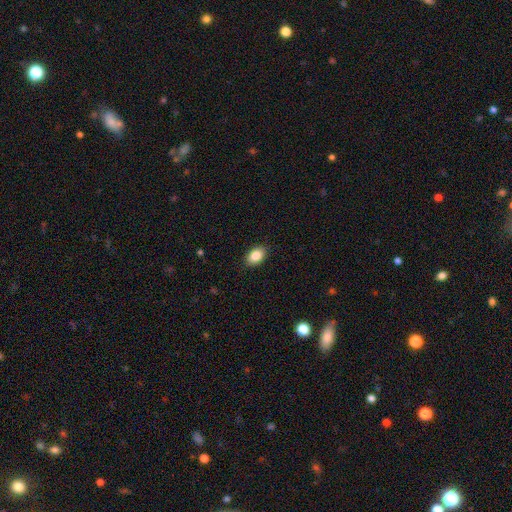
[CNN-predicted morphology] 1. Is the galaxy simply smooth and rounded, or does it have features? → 87% smooth, 8% star or artifact, 6% featured or disk.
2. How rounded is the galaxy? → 86% in between, 13% round, 1% cigar-shaped.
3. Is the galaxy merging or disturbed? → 88% none, 9% minor disturbance, 2% major disturbance, 1% merger.